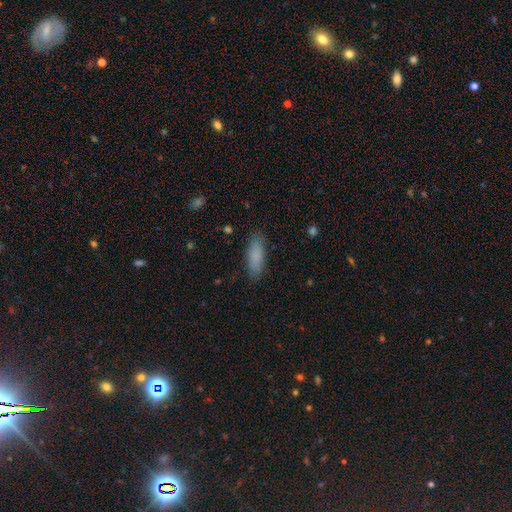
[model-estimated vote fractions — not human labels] Q: Smooth or featured?
A: smooth (86%); runner-up: star or artifact (7%)
Q: How rounded?
A: in between (58%); runner-up: cigar-shaped (40%)
Q: Merging?
A: none (83%); runner-up: minor disturbance (12%)